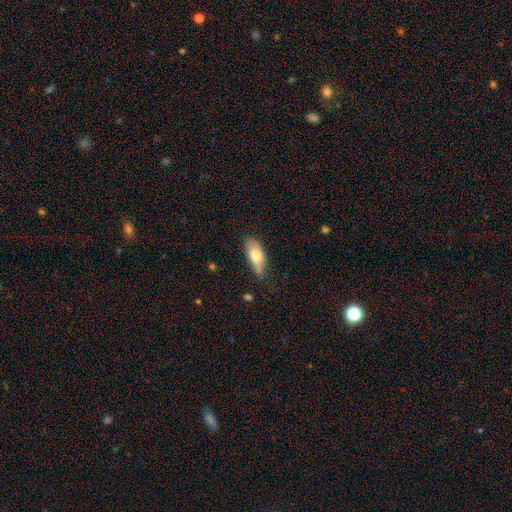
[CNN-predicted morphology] type=smooth (72%); roundness=in between (79%); merging=none (59%).